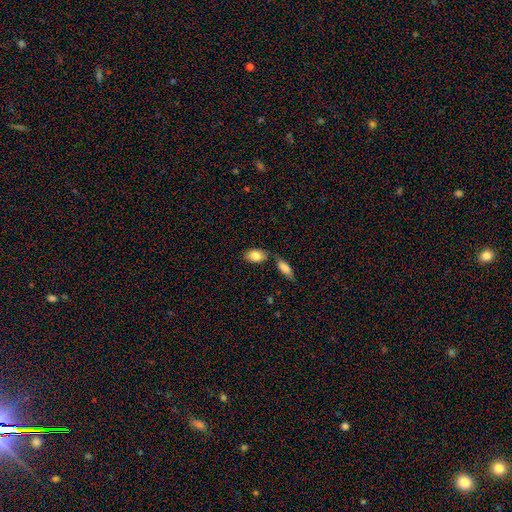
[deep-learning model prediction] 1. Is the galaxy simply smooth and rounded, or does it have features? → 83% smooth, 10% featured or disk, 6% star or artifact.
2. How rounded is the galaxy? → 91% in between, 6% round, 3% cigar-shaped.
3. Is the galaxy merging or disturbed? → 63% none, 20% merger, 14% minor disturbance, 4% major disturbance.